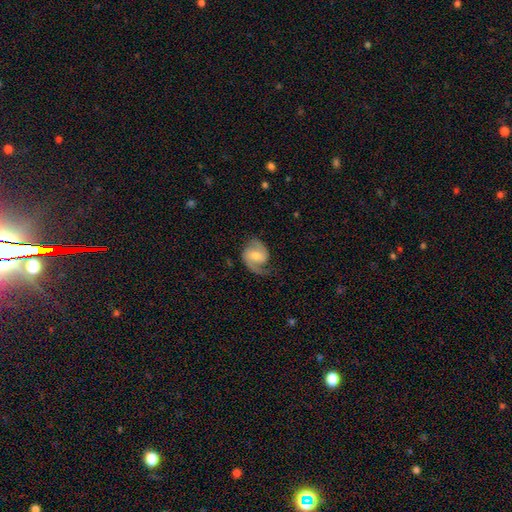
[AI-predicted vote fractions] Smooth or featured: featured or disk — 79% (smooth — 15%)
Edge-on disk: no — 98% (yes — 2%)
Bar: weak — 46% (no — 41%)
Spiral arms: yes — 96% (no — 4%)
Spiral winding: medium — 51% (loose — 26%)
Spiral arm count: 2 — 73% (1 — 20%)
Bulge size: moderate — 56% (small — 31%)
Merging: none — 65% (minor disturbance — 21%)